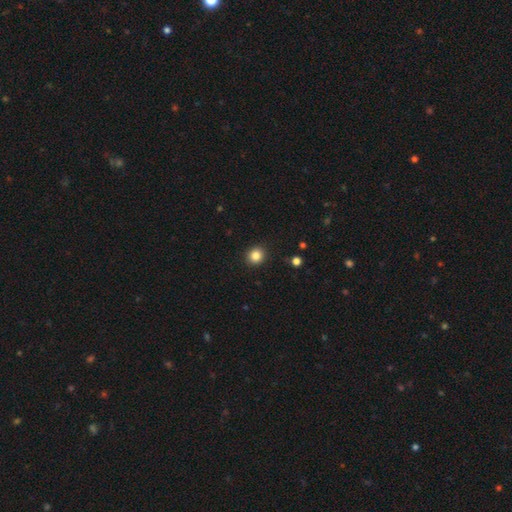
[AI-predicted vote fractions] smooth-or-featured: smooth: 84% | star or artifact: 11% | featured or disk: 4%
  how-rounded: round: 87% | in between: 12% | cigar-shaped: 1%
  merging: none: 92% | minor disturbance: 5% | major disturbance: 2% | merger: 1%